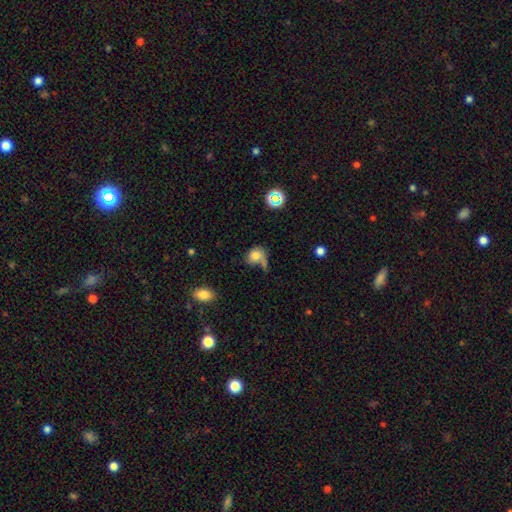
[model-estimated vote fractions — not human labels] smooth_or_featured: smooth (p=0.71) [alt: featured or disk p=0.17]
how_rounded: round (p=0.60) [alt: in between p=0.39]
merging: none (p=0.35) [alt: major disturbance p=0.23]